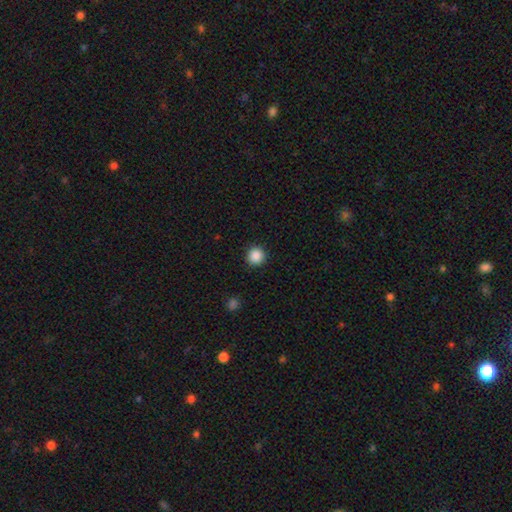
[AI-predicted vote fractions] A smooth galaxy with no disk features (88%) that is round (94%).

Vote fractions:
- Smooth or featured? smooth: 88% / star or artifact: 10% / featured or disk: 3%
- How rounded? round: 94% / in between: 5% / cigar-shaped: 1%
- Merging? none: 92% / minor disturbance: 5% / major disturbance: 2% / merger: 1%